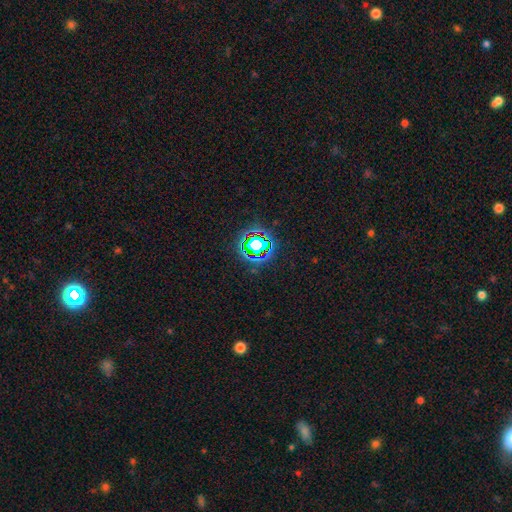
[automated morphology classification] A star or artifact, not a galaxy (77%).

Vote fractions:
- Smooth or featured? star or artifact: 77% / smooth: 15% / featured or disk: 8%